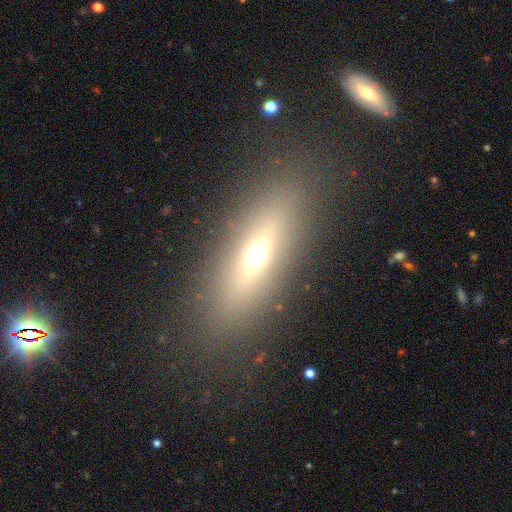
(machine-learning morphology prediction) Smooth or featured?
  - smooth: 51% *
  - featured or disk: 35%
  - star or artifact: 14%
How rounded?
  - in between: 48% *
  - cigar-shaped: 47%
  - round: 5%
Merging?
  - none: 85% *
  - minor disturbance: 8%
  - major disturbance: 5%
  - merger: 2%